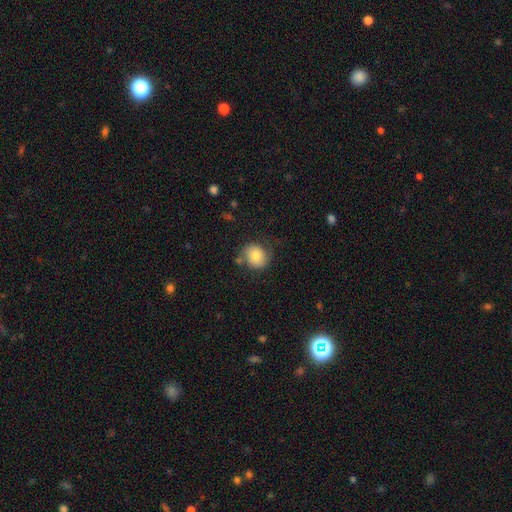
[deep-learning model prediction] Smooth or featured?
  - smooth: 75% *
  - featured or disk: 16%
  - star or artifact: 8%
How rounded?
  - round: 74% *
  - in between: 26%
  - cigar-shaped: 1%
Merging?
  - none: 68% *
  - minor disturbance: 19%
  - major disturbance: 8%
  - merger: 5%